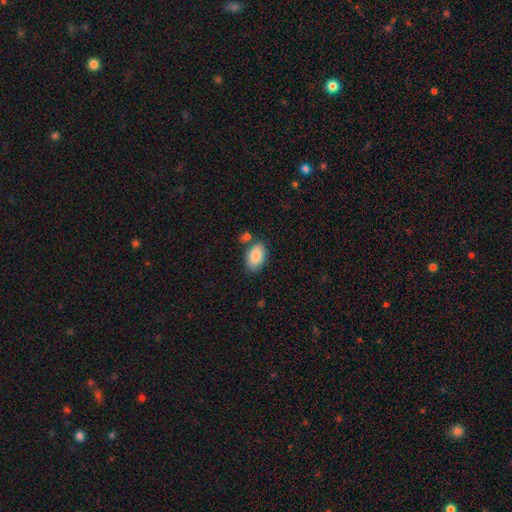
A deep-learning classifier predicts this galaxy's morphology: Smooth or featured?
  - smooth: 86% *
  - featured or disk: 8%
  - star or artifact: 7%
How rounded?
  - in between: 91% *
  - round: 8%
  - cigar-shaped: 1%
Merging?
  - none: 73% *
  - minor disturbance: 15%
  - merger: 9%
  - major disturbance: 3%